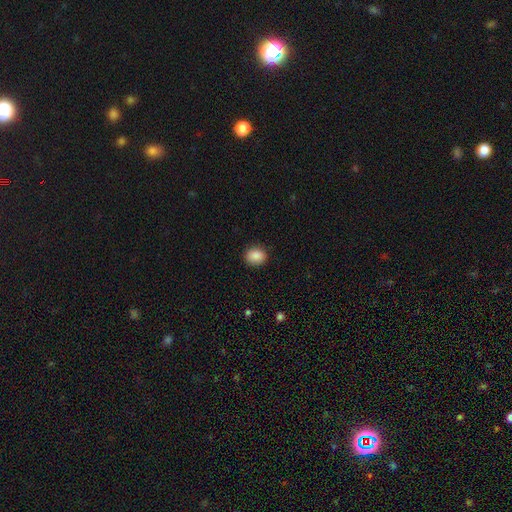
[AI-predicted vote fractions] Smooth or featured? Predicted: smooth (p=0.88). How rounded? Predicted: round (p=0.58). Merging? Predicted: none (p=0.88).